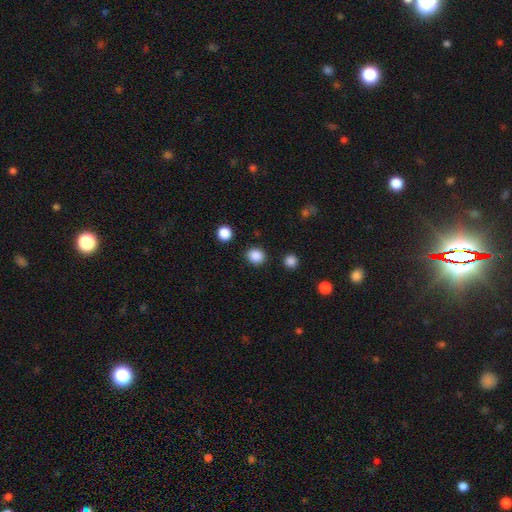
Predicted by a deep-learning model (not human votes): smooth 87%, star or artifact 10%, featured or disk 3%. Down the decision tree: how rounded — round (75%); merging — none (88%).